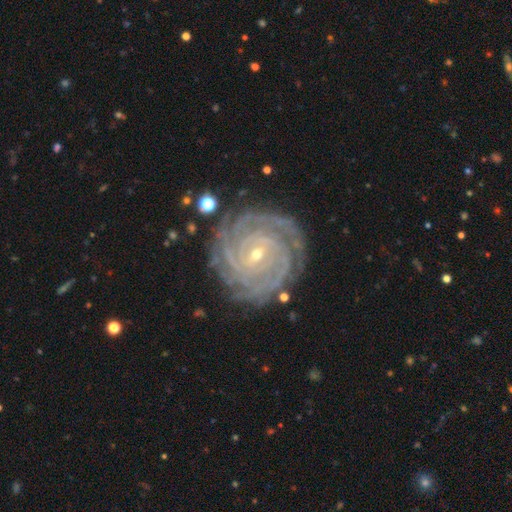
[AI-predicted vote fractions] Smooth or featured?
  - featured or disk: 91% *
  - star or artifact: 5%
  - smooth: 4%
Edge-on disk?
  - no: 98% *
  - yes: 2%
Bar?
  - weak: 39% *
  - no: 38%
  - strong: 23%
Spiral arms?
  - yes: 99% *
  - no: 1%
Spiral winding?
  - tight: 87% *
  - medium: 11%
  - loose: 2%
Spiral arm count?
  - 4: 27% *
  - 3: 20%
  - can't tell: 16%
  - 2: 15%
  - more than 4: 14%
  - 1: 8%
Bulge size?
  - small: 79% *
  - moderate: 19%
  - none: 1%
  - large: 1%
  - dominant: 1%
Merging?
  - none: 82% *
  - minor disturbance: 12%
  - major disturbance: 4%
  - merger: 2%